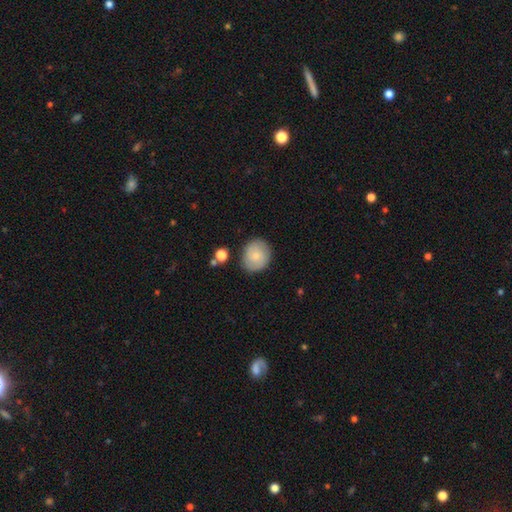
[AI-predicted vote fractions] Smooth or featured? Predicted: smooth (p=0.71). How rounded? Predicted: round (p=0.72). Merging? Predicted: none (p=0.82).